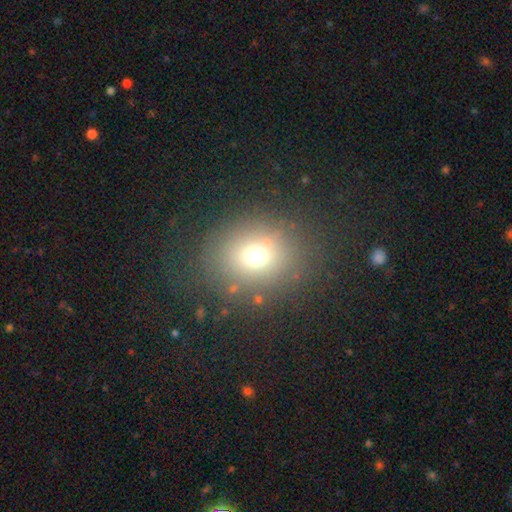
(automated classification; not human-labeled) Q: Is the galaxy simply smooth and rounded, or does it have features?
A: smooth — 69%.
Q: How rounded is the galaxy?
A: round — 67%.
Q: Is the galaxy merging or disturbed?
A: none — 79%.